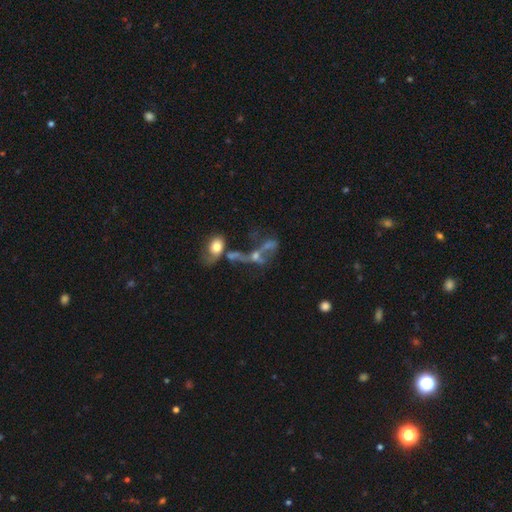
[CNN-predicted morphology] featured or disk 50%, smooth 26%, star or artifact 24%. Down the decision tree: merging — merger (45%).